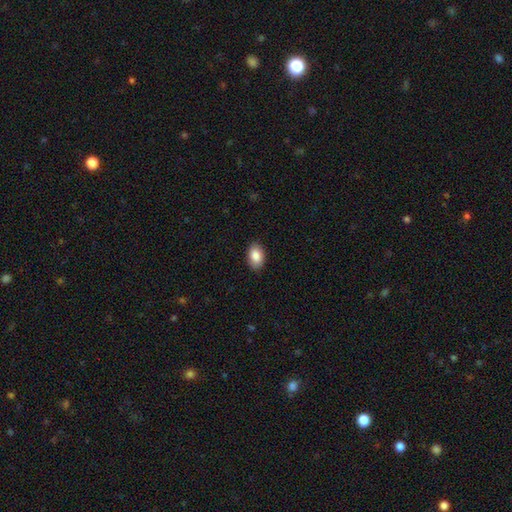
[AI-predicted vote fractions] Morphology: type=smooth (87%); roundness=in between (91%); merging=none (89%).